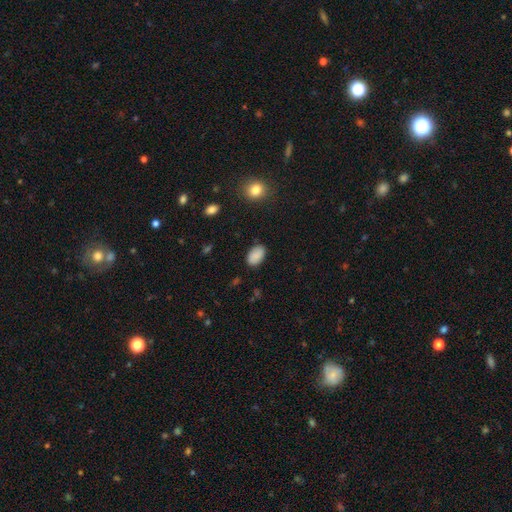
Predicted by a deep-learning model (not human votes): smooth 89%, star or artifact 7%, featured or disk 4%. Down the decision tree: how rounded — in between (92%); merging — none (85%).